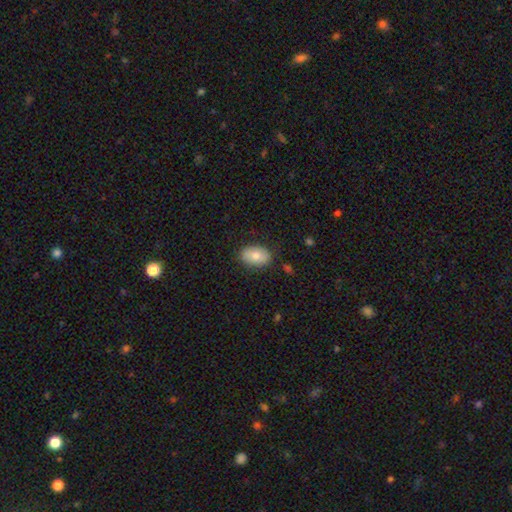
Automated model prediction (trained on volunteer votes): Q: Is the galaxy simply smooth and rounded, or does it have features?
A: smooth — 77%.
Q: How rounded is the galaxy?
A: in between — 88%.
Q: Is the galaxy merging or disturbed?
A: none — 83%.